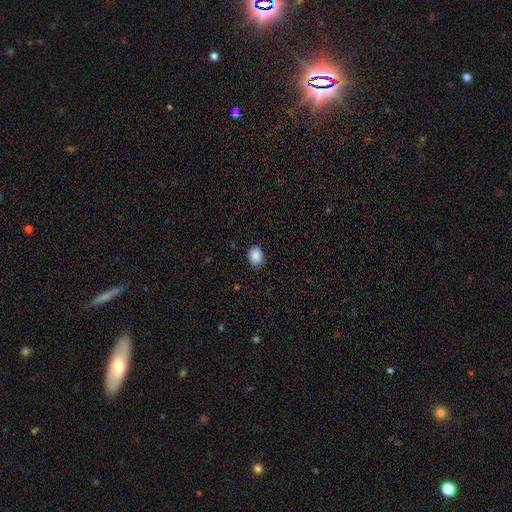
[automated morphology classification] A smooth galaxy with no disk features (89%) that is in between round and cigar-shaped (63%).

Vote fractions:
- Smooth or featured? smooth: 89% / star or artifact: 8% / featured or disk: 3%
- How rounded? in between: 63% / round: 36% / cigar-shaped: 1%
- Merging? none: 88% / minor disturbance: 9% / major disturbance: 2% / merger: 1%